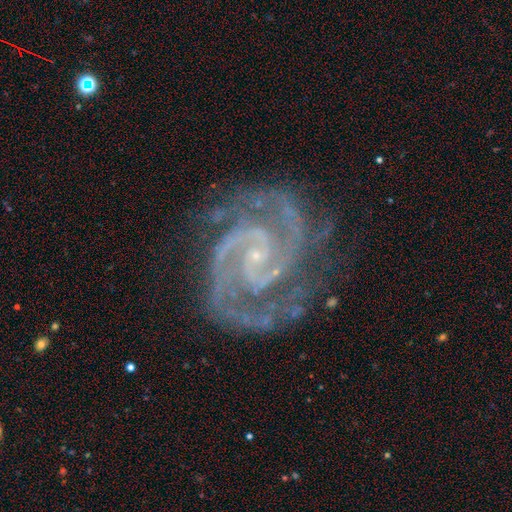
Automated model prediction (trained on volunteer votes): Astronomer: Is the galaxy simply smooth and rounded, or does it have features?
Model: featured or disk — 94%.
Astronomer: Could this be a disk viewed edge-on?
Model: no — 98%.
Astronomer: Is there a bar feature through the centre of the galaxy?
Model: no — 47% (runner-up: weak, 36%).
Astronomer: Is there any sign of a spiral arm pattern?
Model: yes — 99%.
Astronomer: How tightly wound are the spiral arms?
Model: tight — 55% (runner-up: medium, 41%).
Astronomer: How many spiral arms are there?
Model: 2 — 82%.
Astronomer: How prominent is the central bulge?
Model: small — 84%.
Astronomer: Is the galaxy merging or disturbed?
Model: none — 75%.